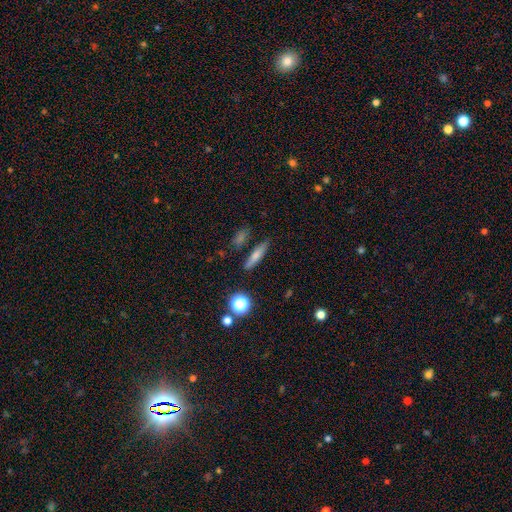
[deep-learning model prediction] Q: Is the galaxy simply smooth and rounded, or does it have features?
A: smooth — 67%.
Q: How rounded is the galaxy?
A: cigar-shaped — 77%.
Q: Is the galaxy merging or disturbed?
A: none — 82%.